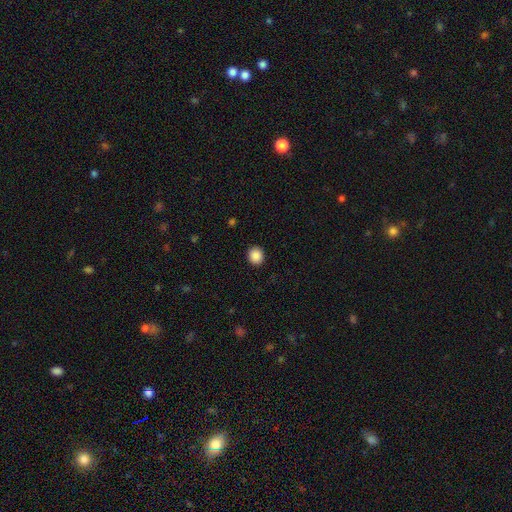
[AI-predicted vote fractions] smooth 89%, star or artifact 9%, featured or disk 3%. Down the decision tree: how rounded — round (84%); merging — none (92%).